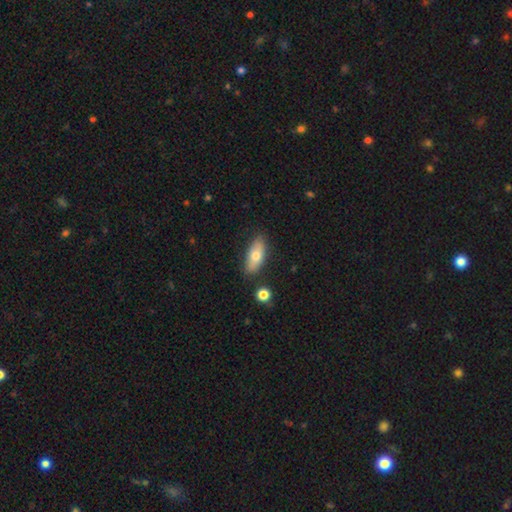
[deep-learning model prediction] smooth-or-featured: smooth: 70% | featured or disk: 23% | star or artifact: 7%
  how-rounded: in between: 79% | cigar-shaped: 18% | round: 3%
  merging: none: 83% | minor disturbance: 12% | merger: 3% | major disturbance: 2%